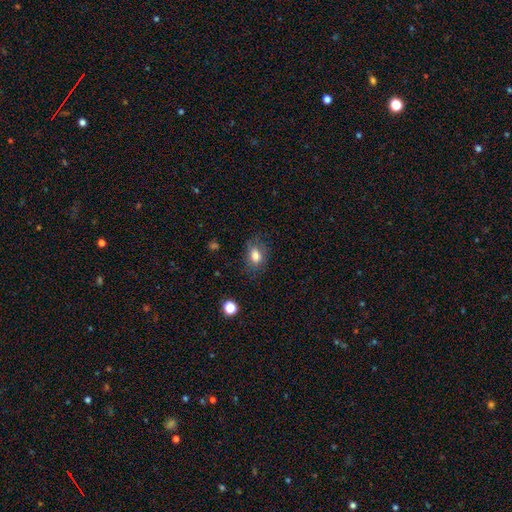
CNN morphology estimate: A smooth galaxy with no disk features (78%) that is in between round and cigar-shaped (77%).

Vote fractions:
- Smooth or featured? smooth: 78% / featured or disk: 12% / star or artifact: 10%
- How rounded? in between: 77% / round: 21% / cigar-shaped: 2%
- Merging? none: 69% / minor disturbance: 21% / major disturbance: 8% / merger: 2%